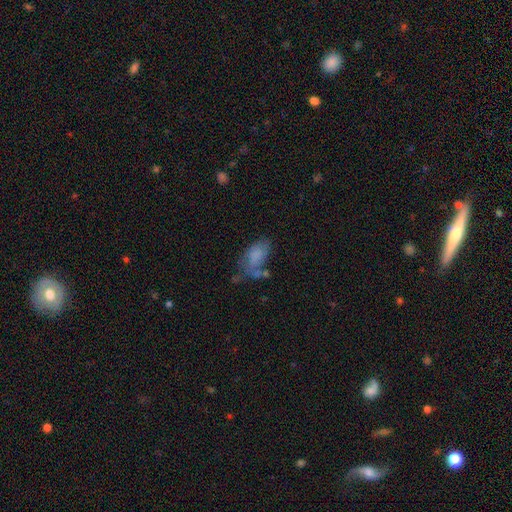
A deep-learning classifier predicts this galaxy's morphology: Smooth or featured: smooth — 69% (featured or disk — 21%)
How rounded: in between — 92% (round — 5%)
Merging: none — 33% (minor disturbance — 28%)